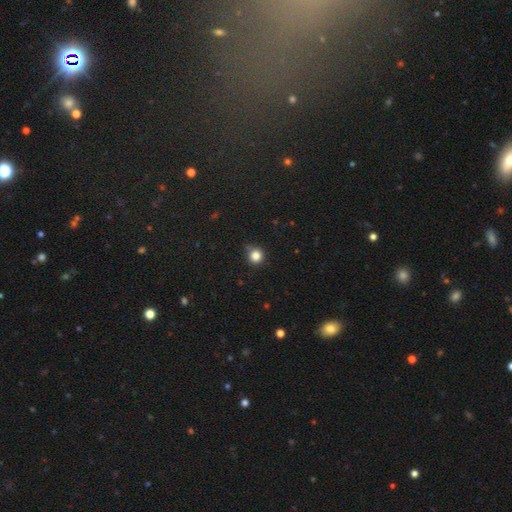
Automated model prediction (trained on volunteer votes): A smooth galaxy with no disk features (83%) that is round (91%). Merging: none (77%).